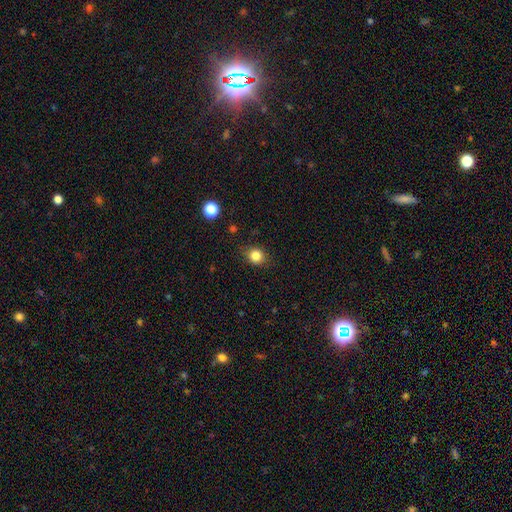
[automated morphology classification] This appears to be a smooth galaxy with no disk features (83%) that is round (76%). Merging: none (83%).